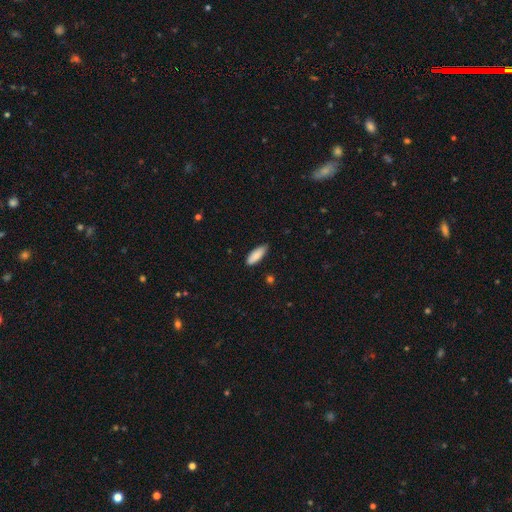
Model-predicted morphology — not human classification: Smooth or featured?
  - smooth: 88% *
  - featured or disk: 6%
  - star or artifact: 6%
How rounded?
  - in between: 67% *
  - cigar-shaped: 31%
  - round: 2%
Merging?
  - none: 80% *
  - minor disturbance: 16%
  - major disturbance: 2%
  - merger: 1%